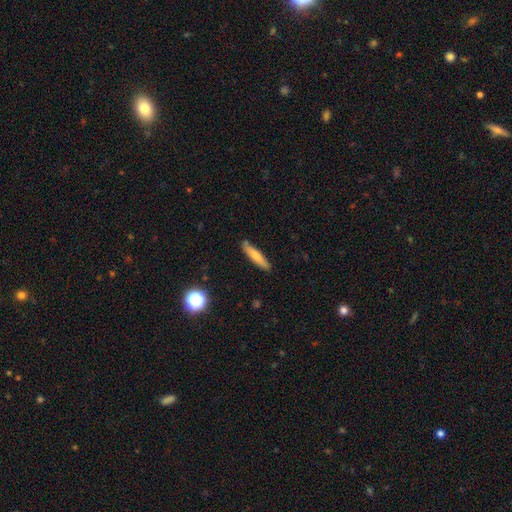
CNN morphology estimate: The model was most divided on "smooth or featured": smooth: 72%, featured or disk: 21%, star or artifact: 7%. More confident: how rounded — cigar-shaped (87%); merging — none (85%).